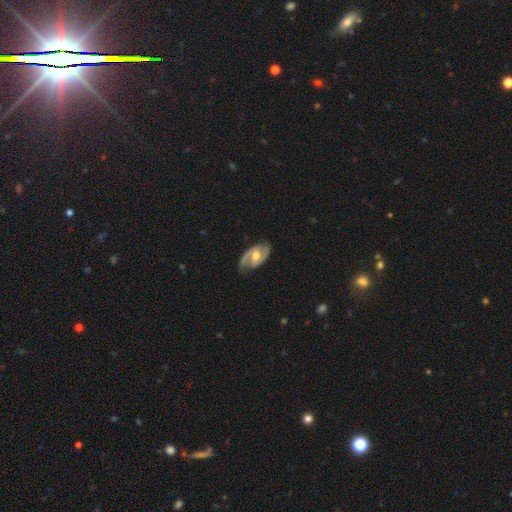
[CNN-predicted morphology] smooth_or_featured: featured or disk (p=0.80) [alt: smooth p=0.15]
disk_edge_on: no (p=0.95) [alt: yes p=0.05]
bar: weak (p=0.47) [alt: no p=0.34]
has_spiral_arms: yes (p=0.90) [alt: no p=0.10]
spiral_winding: medium (p=0.49) [alt: tight p=0.26]
spiral_arm_count: 2 (p=0.84) [alt: 1 p=0.07]
bulge_size: moderate (p=0.73) [alt: small p=0.15]
merging: none (p=0.75) [alt: minor disturbance p=0.18]